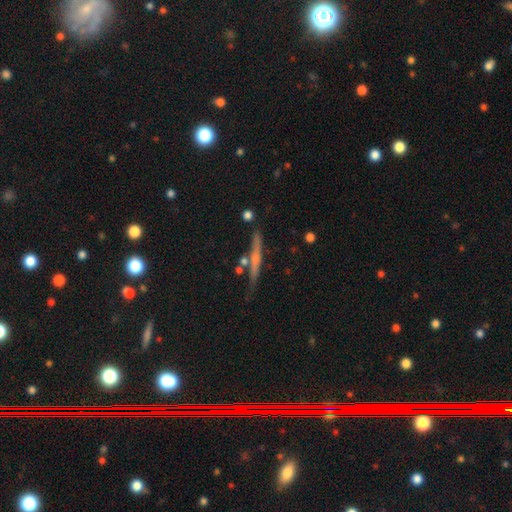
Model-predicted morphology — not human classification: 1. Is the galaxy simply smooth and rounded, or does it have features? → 53% featured or disk, 40% smooth, 7% star or artifact.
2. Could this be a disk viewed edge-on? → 96% yes, 4% no.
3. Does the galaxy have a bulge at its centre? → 61% none, 31% rounded, 9% boxy.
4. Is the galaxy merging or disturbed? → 77% none, 13% minor disturbance, 6% merger, 3% major disturbance.